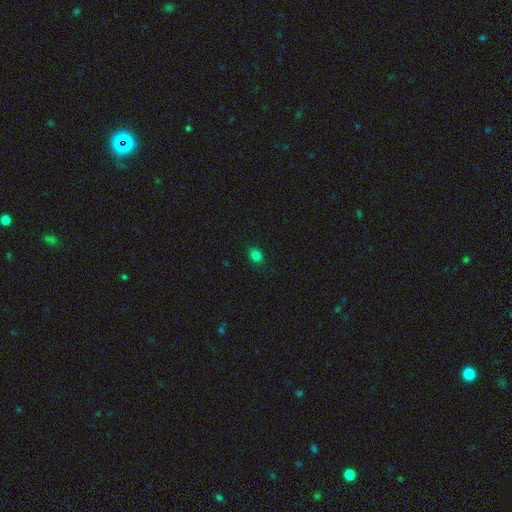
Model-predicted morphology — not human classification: A smooth galaxy with no disk features (81%) that is in between round and cigar-shaped (70%).

Vote fractions:
- Smooth or featured? smooth: 81% / star or artifact: 14% / featured or disk: 5%
- How rounded? in between: 70% / round: 29% / cigar-shaped: 2%
- Merging? none: 85% / minor disturbance: 12% / major disturbance: 3% / merger: 1%